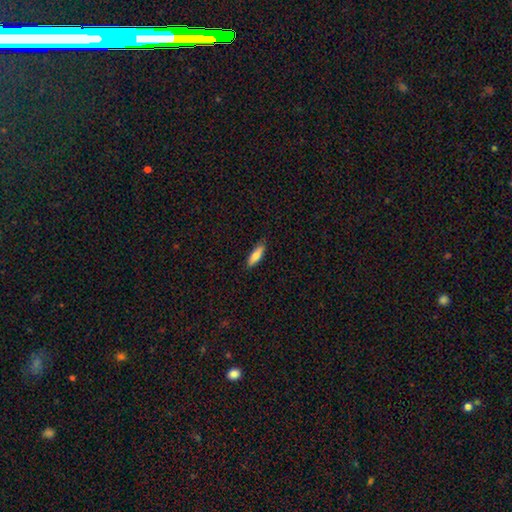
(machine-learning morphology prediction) smooth 75%, featured or disk 20%, star or artifact 6%. Down the decision tree: how rounded — cigar-shaped (55%); merging — none (87%).